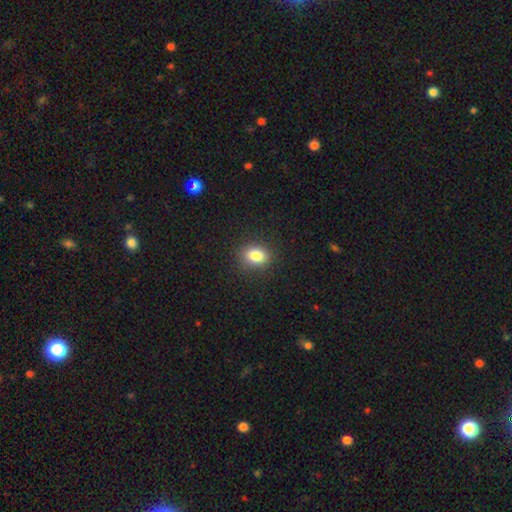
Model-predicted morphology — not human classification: Smooth or featured: smooth — 83% (star or artifact — 10%)
How rounded: in between — 61% (round — 38%)
Merging: none — 88% (minor disturbance — 8%)